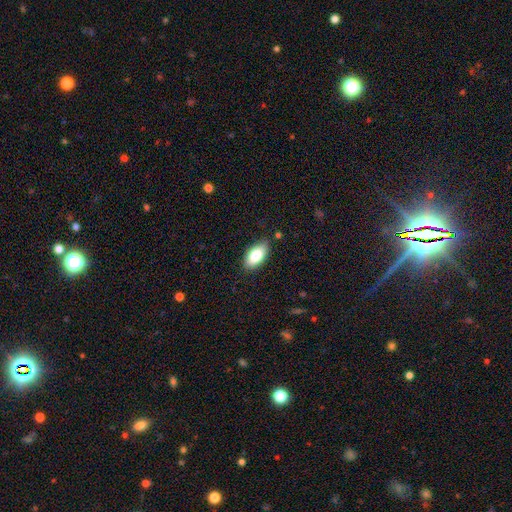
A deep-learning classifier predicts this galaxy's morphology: smooth 83%, featured or disk 11%, star or artifact 7%. Down the decision tree: how rounded — in between (92%); merging — none (80%).